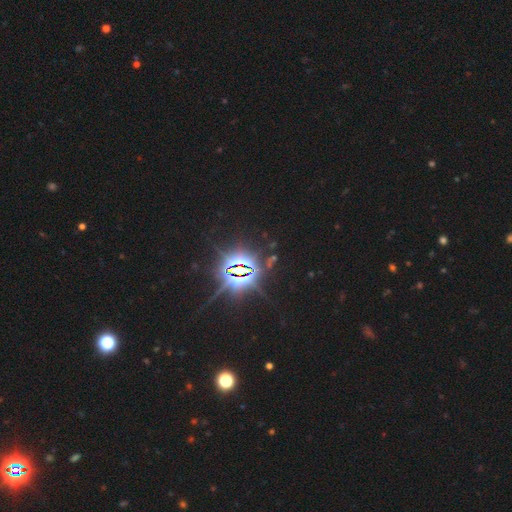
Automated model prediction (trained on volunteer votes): Smooth or featured: star or artifact — 88% (featured or disk — 7%)